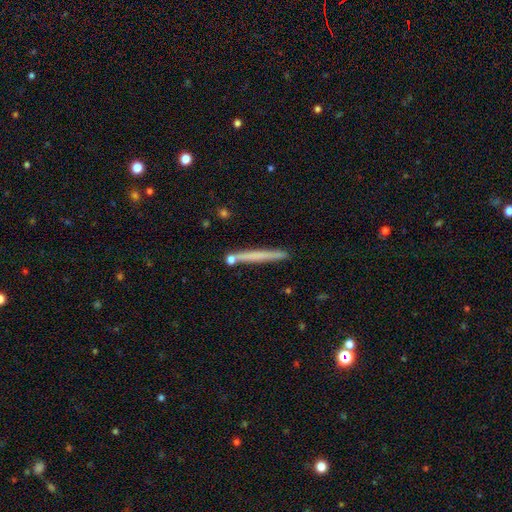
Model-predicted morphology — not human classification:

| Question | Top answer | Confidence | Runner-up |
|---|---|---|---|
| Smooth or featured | smooth | 59% | featured or disk (34%) |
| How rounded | cigar-shaped | 97% | in between (2%) |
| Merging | none | 85% | minor disturbance (9%) |